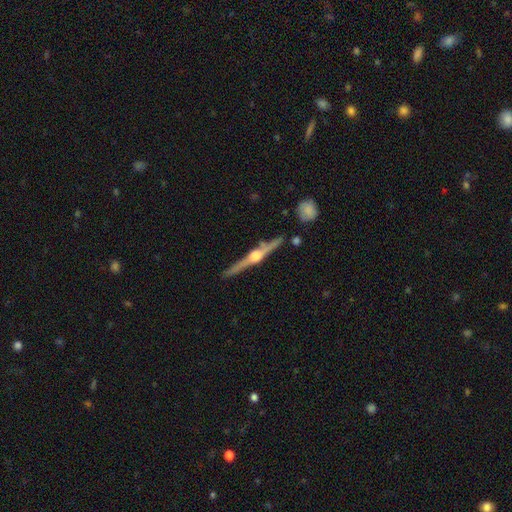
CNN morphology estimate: This is clearly a featured or disk galaxy (87%). It is clearly viewed edge-on (98%). Edge-on bulge: clearly rounded (93%). Merging: clearly none (86%).